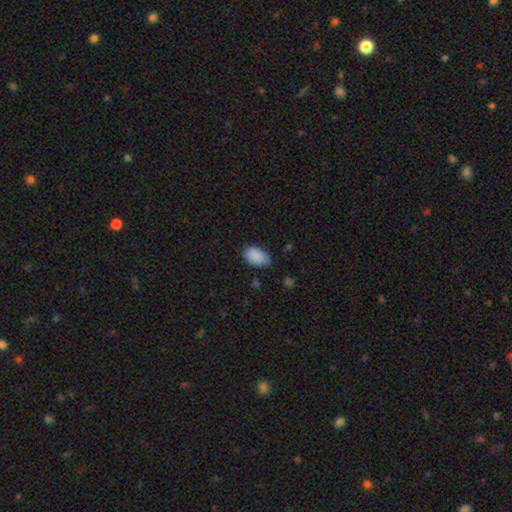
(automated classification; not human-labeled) Q: Smooth or featured?
A: smooth (88%); runner-up: star or artifact (8%)
Q: How rounded?
A: in between (91%); runner-up: round (7%)
Q: Merging?
A: none (68%); runner-up: minor disturbance (26%)